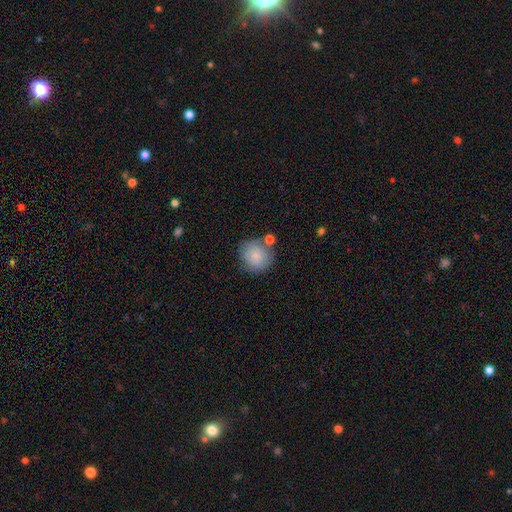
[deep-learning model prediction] Overall: smooth (80%). How rounded: round (86%). Merging: none (67%).